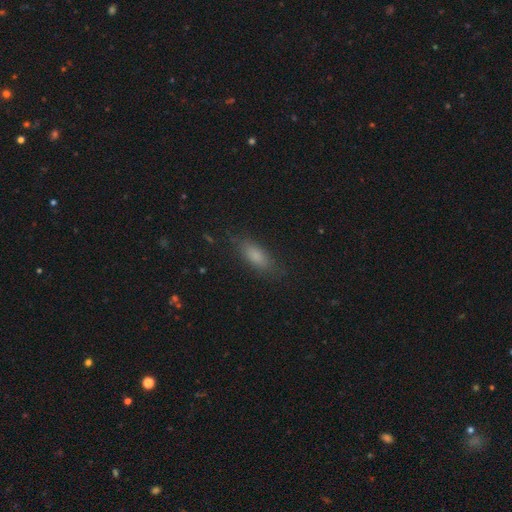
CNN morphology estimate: Overall: smooth (79%). How rounded: in between (70%). Merging: none (81%).